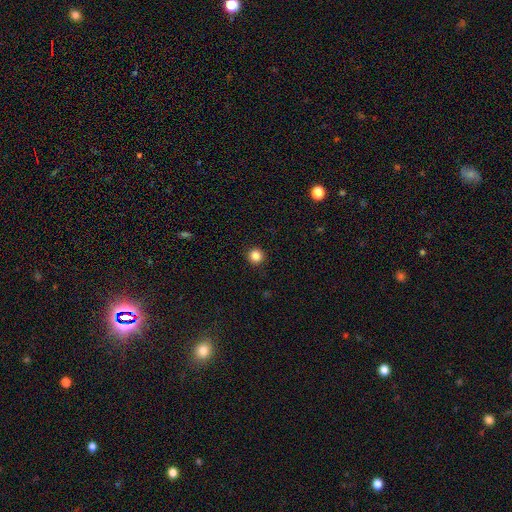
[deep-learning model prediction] Smooth or featured?
  - smooth: 85% *
  - star or artifact: 11%
  - featured or disk: 4%
How rounded?
  - round: 95% *
  - in between: 4%
  - cigar-shaped: 1%
Merging?
  - none: 92% *
  - minor disturbance: 5%
  - major disturbance: 2%
  - merger: 1%